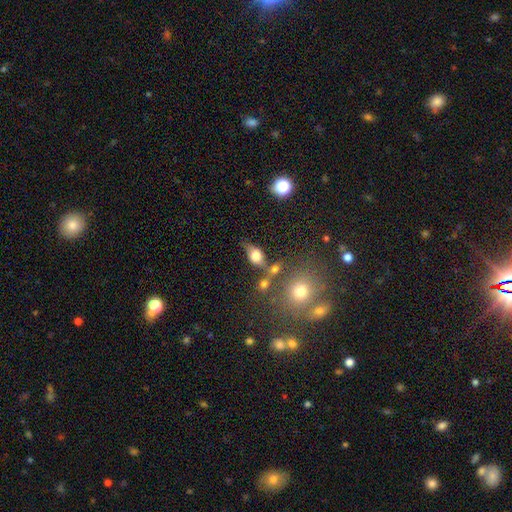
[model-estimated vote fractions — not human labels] Smooth or featured? smooth (66%)
How rounded? in between (69%)
Merging? none (52%)